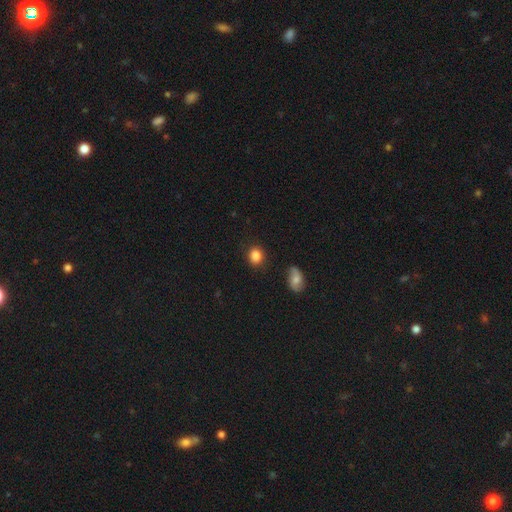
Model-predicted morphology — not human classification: Smooth or featured: smooth — 86% (star or artifact — 9%)
How rounded: round — 64% (in between — 35%)
Merging: none — 83% (minor disturbance — 11%)